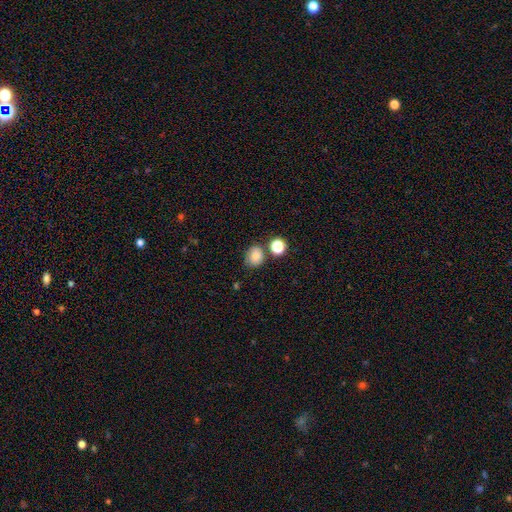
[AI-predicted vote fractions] This is likely a smooth galaxy (77%). How rounded: likely round (68%). Merging: likely none (66%).